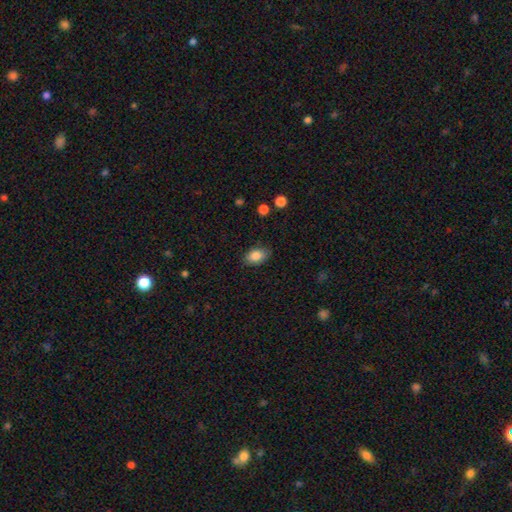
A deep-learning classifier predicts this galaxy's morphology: Smooth or featured: smooth — 86% (star or artifact — 8%)
How rounded: in between — 88% (round — 11%)
Merging: none — 82% (minor disturbance — 14%)